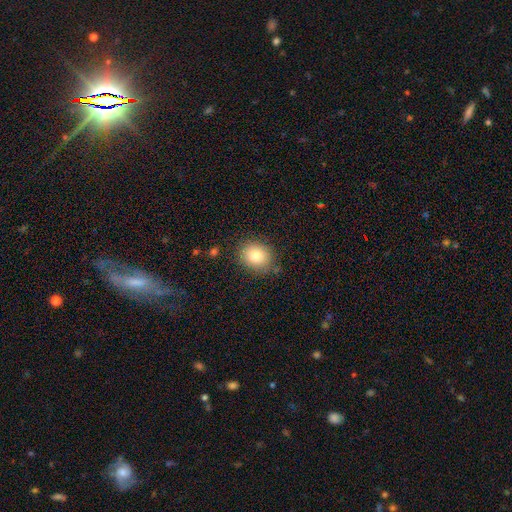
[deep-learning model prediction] Q: Smooth or featured?
A: smooth (82%); runner-up: star or artifact (9%)
Q: How rounded?
A: round (62%); runner-up: in between (37%)
Q: Merging?
A: none (83%); runner-up: minor disturbance (12%)